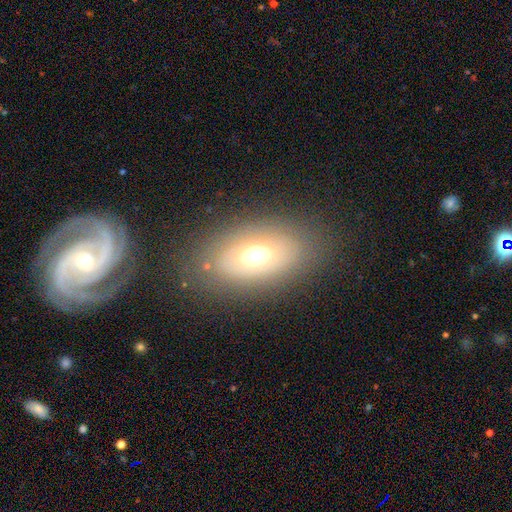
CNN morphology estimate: Smooth or featured? smooth (51%)
How rounded? in between (87%)
Merging? none (75%)